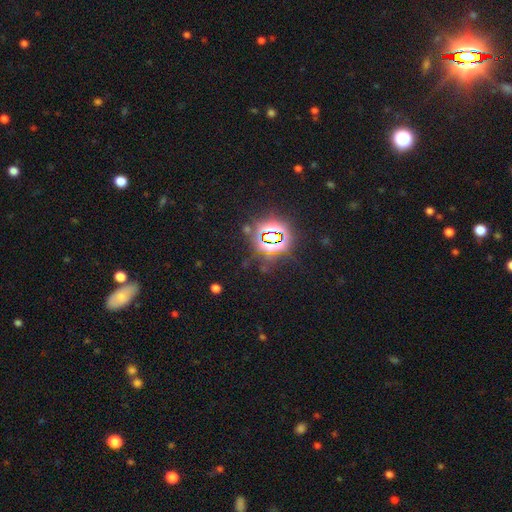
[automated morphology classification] Smooth or featured? star or artifact (82%)